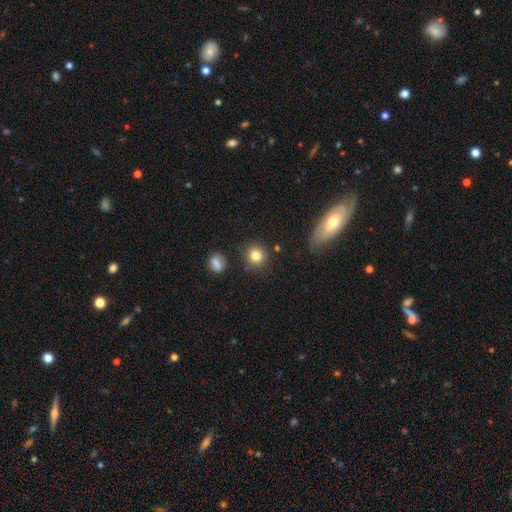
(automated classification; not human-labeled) smooth_or_featured: smooth (p=0.82) [alt: star or artifact p=0.11]
how_rounded: round (p=0.87) [alt: in between p=0.12]
merging: none (p=0.83) [alt: minor disturbance p=0.10]